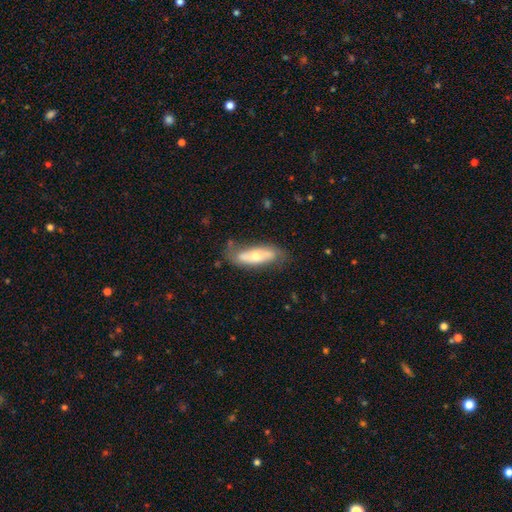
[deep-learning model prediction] A featured or disk galaxy (55%).

Vote fractions:
- Smooth or featured? featured or disk: 55% / smooth: 38% / star or artifact: 7%
- Edge-on disk? no: 72% / yes: 28%
- Merging? none: 65% / minor disturbance: 23% / major disturbance: 9% / merger: 3%